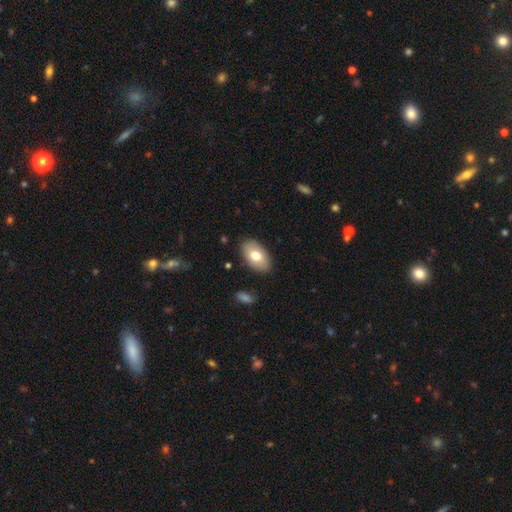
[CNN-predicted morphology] Smooth or featured? Predicted: smooth (p=0.75). How rounded? Predicted: in between (p=0.93). Merging? Predicted: none (p=0.87).